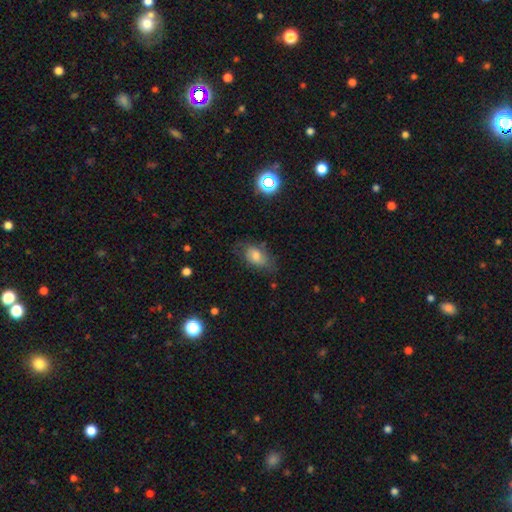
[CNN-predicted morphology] A smooth galaxy with no disk features (63%) that is in between round and cigar-shaped (87%).

Vote fractions:
- Smooth or featured? smooth: 63% / featured or disk: 24% / star or artifact: 13%
- How rounded? in between: 87% / round: 10% / cigar-shaped: 3%
- Merging? none: 61% / minor disturbance: 26% / major disturbance: 11% / merger: 2%